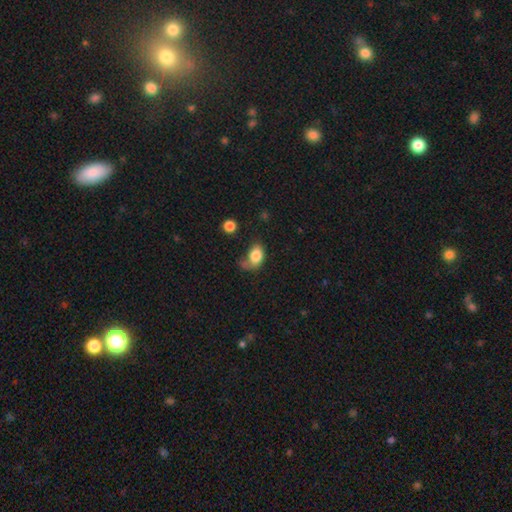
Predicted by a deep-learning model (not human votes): Smooth or featured?
  - smooth: 81% *
  - featured or disk: 10%
  - star or artifact: 8%
How rounded?
  - in between: 80% *
  - round: 19%
  - cigar-shaped: 2%
Merging?
  - none: 36% *
  - minor disturbance: 28%
  - major disturbance: 24%
  - merger: 12%